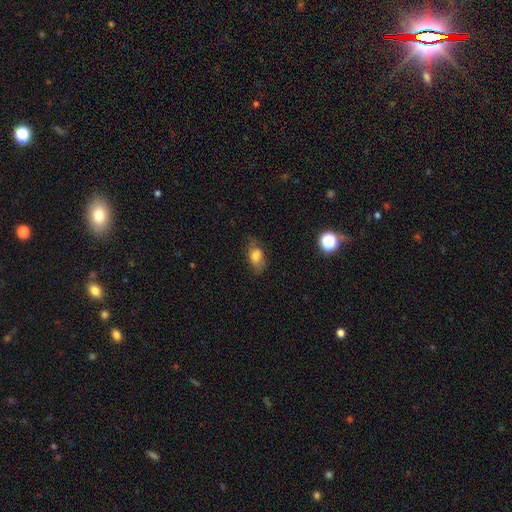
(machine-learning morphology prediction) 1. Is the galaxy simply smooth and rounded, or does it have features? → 70% smooth, 20% featured or disk, 10% star or artifact.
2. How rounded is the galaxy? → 84% in between, 12% round, 4% cigar-shaped.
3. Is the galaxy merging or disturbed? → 66% none, 24% minor disturbance, 9% major disturbance, 2% merger.